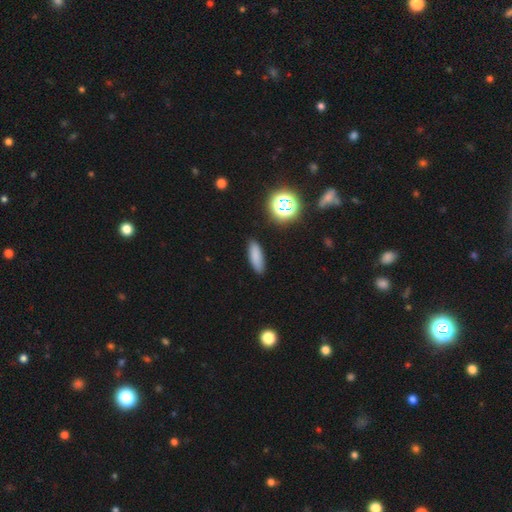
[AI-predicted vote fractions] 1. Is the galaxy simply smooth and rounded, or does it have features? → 81% smooth, 12% star or artifact, 7% featured or disk.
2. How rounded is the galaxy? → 52% in between, 45% cigar-shaped, 3% round.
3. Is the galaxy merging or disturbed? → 88% none, 8% minor disturbance, 2% major disturbance, 1% merger.